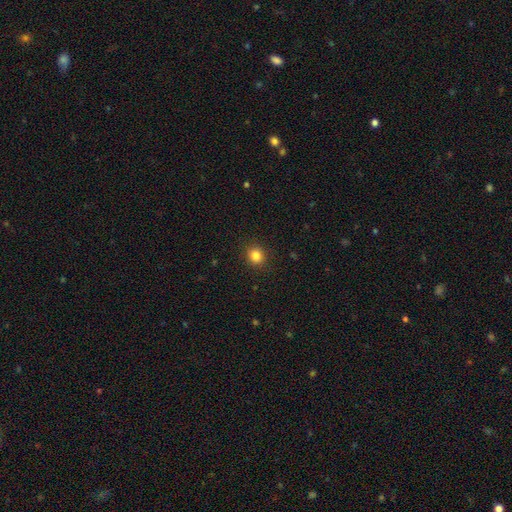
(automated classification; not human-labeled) smooth_or_featured: smooth (p=0.84) [alt: star or artifact p=0.12]
how_rounded: round (p=0.83) [alt: in between p=0.16]
merging: none (p=0.91) [alt: minor disturbance p=0.06]